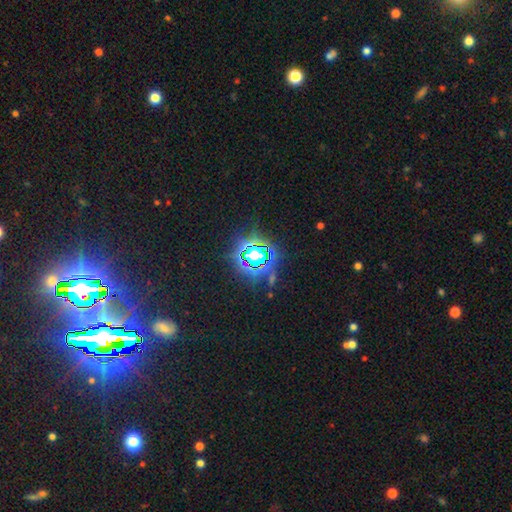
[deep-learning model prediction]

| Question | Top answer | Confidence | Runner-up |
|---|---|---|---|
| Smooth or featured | star or artifact | 83% | smooth (9%) |